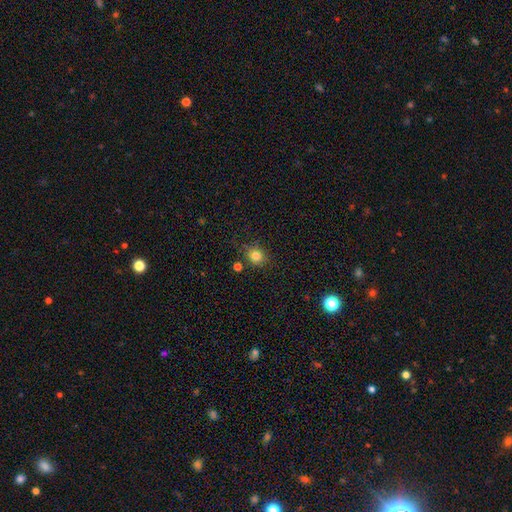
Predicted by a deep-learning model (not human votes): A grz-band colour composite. It shows a smooth galaxy with no disk features (82%) that is round (82%). Merging: none (77%).